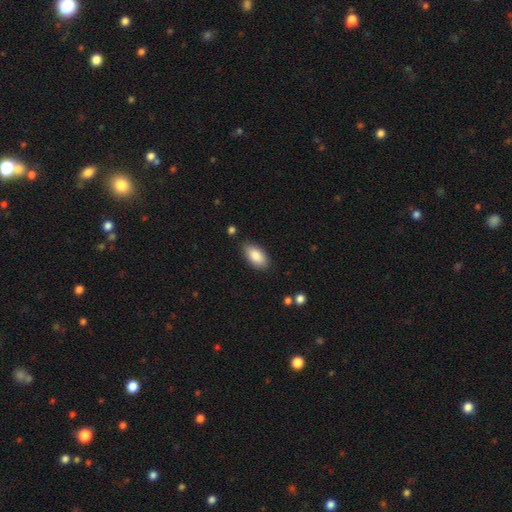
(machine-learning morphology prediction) smooth-or-featured: smooth: 86% | featured or disk: 7% | star or artifact: 6%
  how-rounded: in between: 93% | cigar-shaped: 4% | round: 3%
  merging: none: 85% | minor disturbance: 11% | major disturbance: 2% | merger: 2%